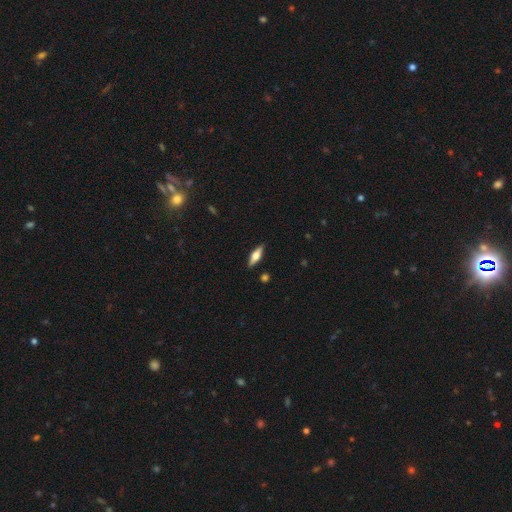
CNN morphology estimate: A smooth galaxy with no disk features (48%). Merging: none (88%).